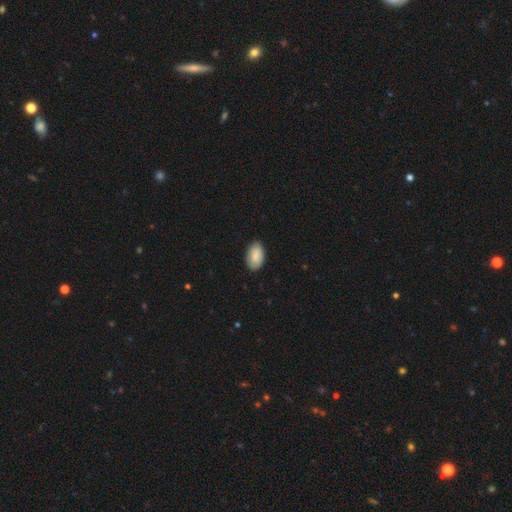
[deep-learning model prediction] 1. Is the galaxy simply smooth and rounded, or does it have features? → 88% smooth, 6% star or artifact, 6% featured or disk.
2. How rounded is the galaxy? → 94% in between, 5% round, 1% cigar-shaped.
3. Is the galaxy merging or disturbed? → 84% none, 13% minor disturbance, 2% major disturbance, 1% merger.